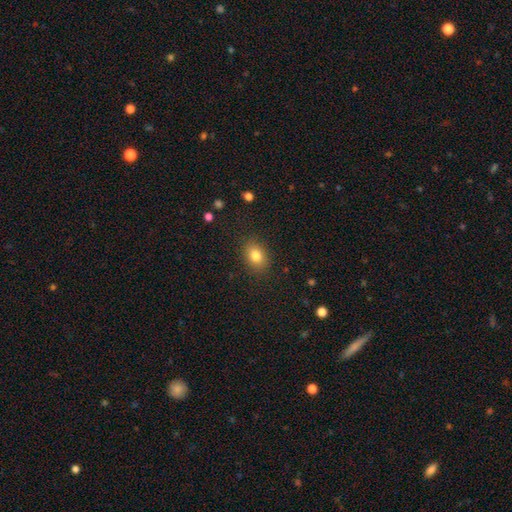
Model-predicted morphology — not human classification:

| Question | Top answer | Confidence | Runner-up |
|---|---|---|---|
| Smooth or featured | smooth | 82% | star or artifact (10%) |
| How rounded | in between | 68% | round (31%) |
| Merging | none | 86% | minor disturbance (10%) |